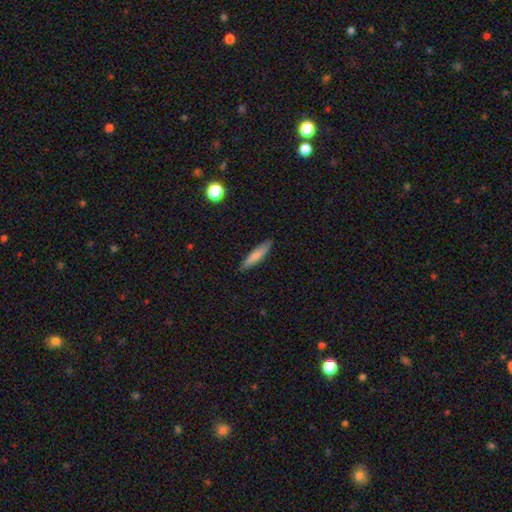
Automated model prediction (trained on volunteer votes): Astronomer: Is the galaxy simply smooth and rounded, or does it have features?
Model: smooth — 75%.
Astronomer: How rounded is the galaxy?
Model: cigar-shaped — 86%.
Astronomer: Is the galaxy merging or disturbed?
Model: none — 88%.